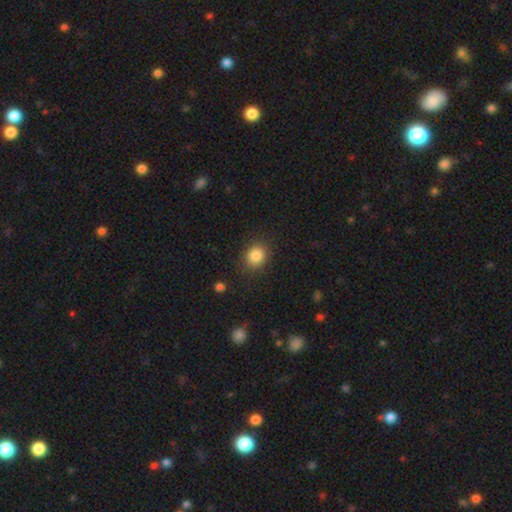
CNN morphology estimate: A smooth galaxy with no disk features (85%) that is round (70%).

Vote fractions:
- Smooth or featured? smooth: 85% / star or artifact: 10% / featured or disk: 5%
- How rounded? round: 70% / in between: 29% / cigar-shaped: 1%
- Merging? none: 86% / minor disturbance: 9% / major disturbance: 3% / merger: 1%